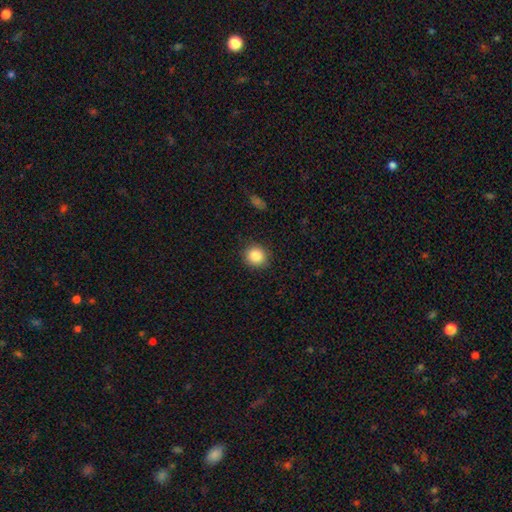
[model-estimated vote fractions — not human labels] smooth-or-featured: smooth: 86% | star or artifact: 9% | featured or disk: 5%
  how-rounded: round: 88% | in between: 12% | cigar-shaped: 1%
  merging: none: 89% | minor disturbance: 8% | major disturbance: 2% | merger: 1%